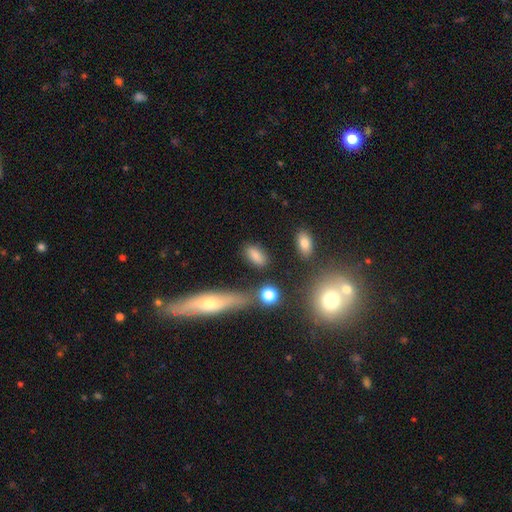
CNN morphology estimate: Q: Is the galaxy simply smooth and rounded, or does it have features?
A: smooth — 81%.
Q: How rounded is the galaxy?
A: in between — 84%.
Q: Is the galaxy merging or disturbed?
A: none — 76%.